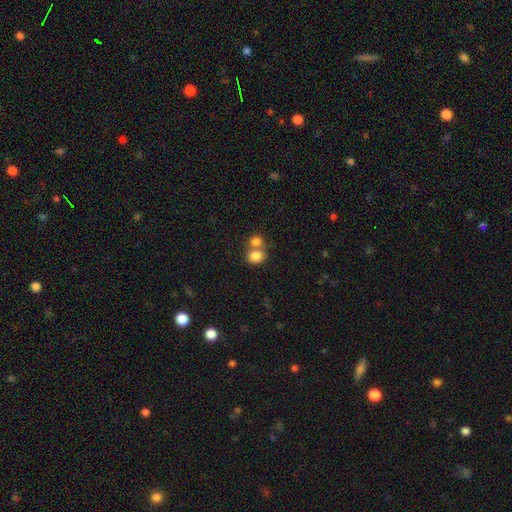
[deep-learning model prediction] Smooth or featured?
  - smooth: 82% *
  - star or artifact: 10%
  - featured or disk: 8%
How rounded?
  - round: 67% *
  - in between: 32%
  - cigar-shaped: 1%
Merging?
  - merger: 52% *
  - none: 38%
  - minor disturbance: 7%
  - major disturbance: 3%